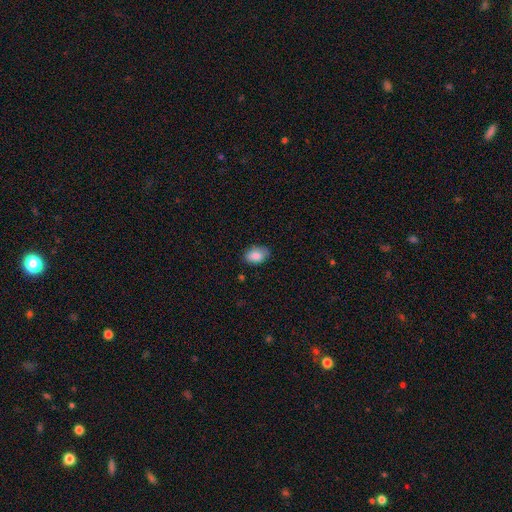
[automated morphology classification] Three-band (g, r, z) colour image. It shows a smooth galaxy with no disk features (86%) that is in between round and cigar-shaped (87%). Merging: none (78%).